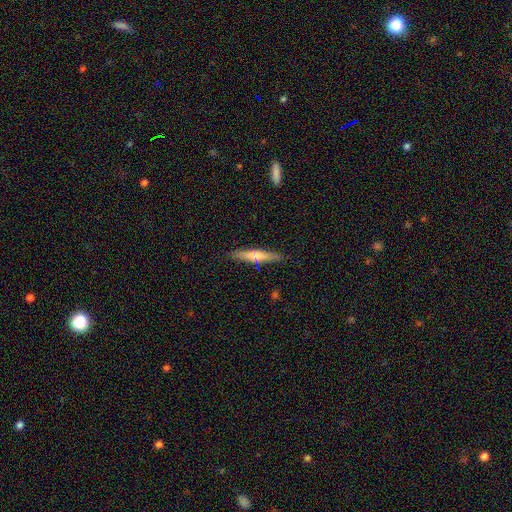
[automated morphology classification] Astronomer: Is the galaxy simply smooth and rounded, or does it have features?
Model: featured or disk — 48% (runner-up: smooth, 46%).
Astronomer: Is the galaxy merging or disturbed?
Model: none — 88%.